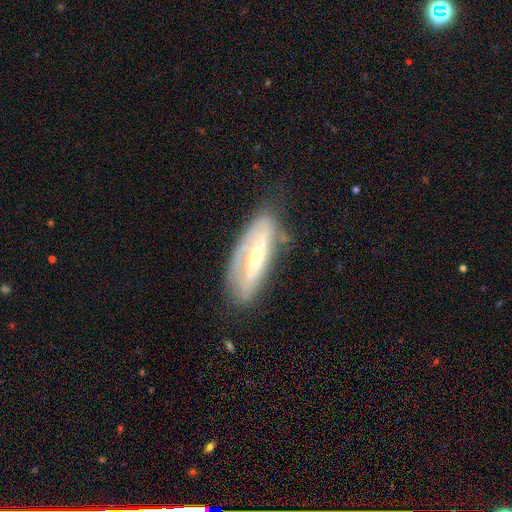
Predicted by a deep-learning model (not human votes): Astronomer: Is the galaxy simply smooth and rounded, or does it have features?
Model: featured or disk — 66%.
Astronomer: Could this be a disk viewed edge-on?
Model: no — 77%.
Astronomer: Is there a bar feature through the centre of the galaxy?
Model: no — 45% (runner-up: weak, 32%).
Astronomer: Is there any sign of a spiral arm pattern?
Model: yes — 63%.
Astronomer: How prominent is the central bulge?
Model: moderate — 49% (runner-up: small, 38%).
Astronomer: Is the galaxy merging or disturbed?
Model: none — 60%.